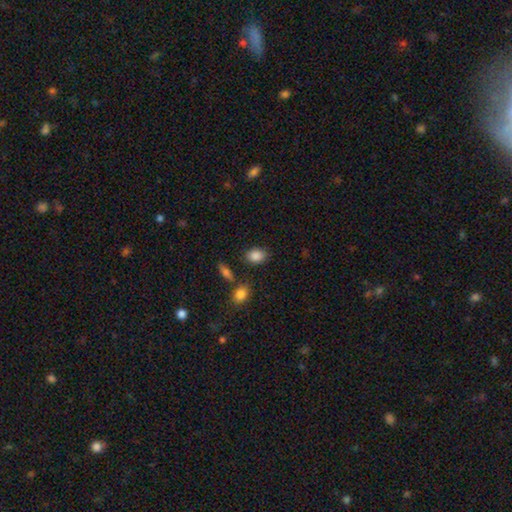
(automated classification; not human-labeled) Smooth or featured: smooth — 87% (star or artifact — 8%)
How rounded: in between — 73% (round — 26%)
Merging: none — 79% (minor disturbance — 13%)